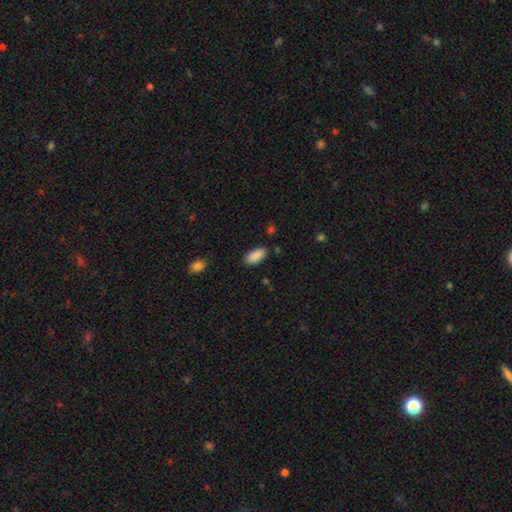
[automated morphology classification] Overall: smooth (90%). How rounded: in between (91%). Merging: none (85%).